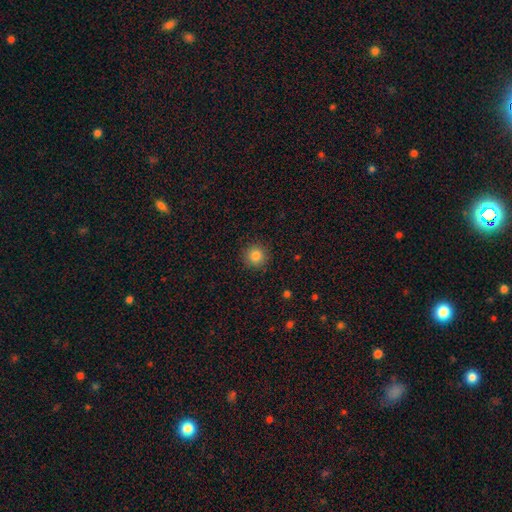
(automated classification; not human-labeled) Smooth or featured: smooth — 83% (star or artifact — 11%)
How rounded: round — 94% (in between — 5%)
Merging: none — 91% (minor disturbance — 6%)